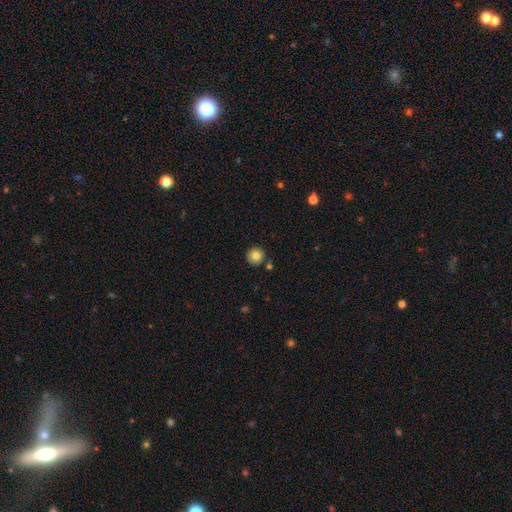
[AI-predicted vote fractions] A smooth galaxy with no disk features (81%) that is round (95%).

Vote fractions:
- Smooth or featured? smooth: 81% / star or artifact: 10% / featured or disk: 9%
- How rounded? round: 95% / in between: 4% / cigar-shaped: 1%
- Merging? none: 86% / minor disturbance: 7% / merger: 5% / major disturbance: 2%